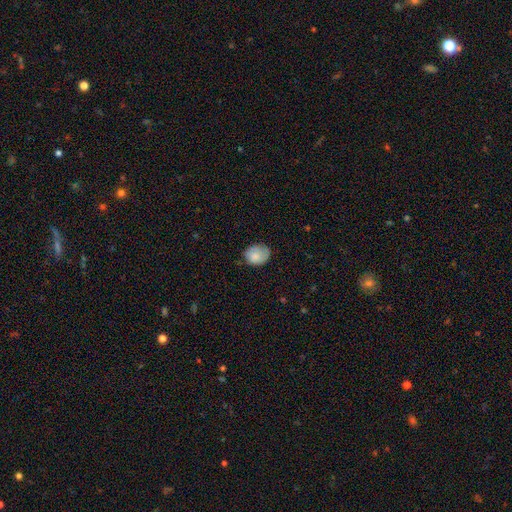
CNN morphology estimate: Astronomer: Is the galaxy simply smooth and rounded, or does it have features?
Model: smooth — 80%.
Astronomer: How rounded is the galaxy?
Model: in between — 52% (runner-up: round, 47%).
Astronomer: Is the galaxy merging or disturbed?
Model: none — 65%.